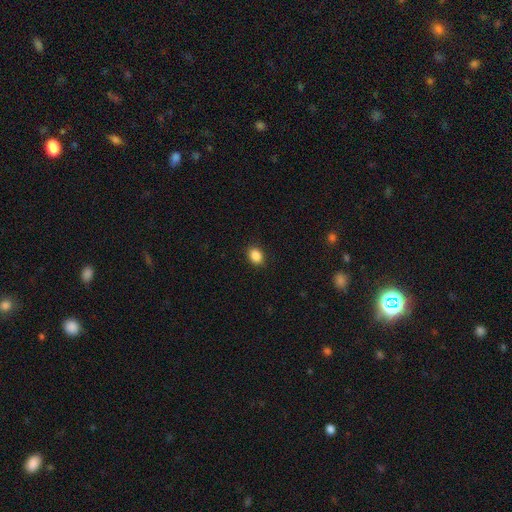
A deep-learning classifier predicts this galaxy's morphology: type=smooth (87%); roundness=in between (67%); merging=none (89%).